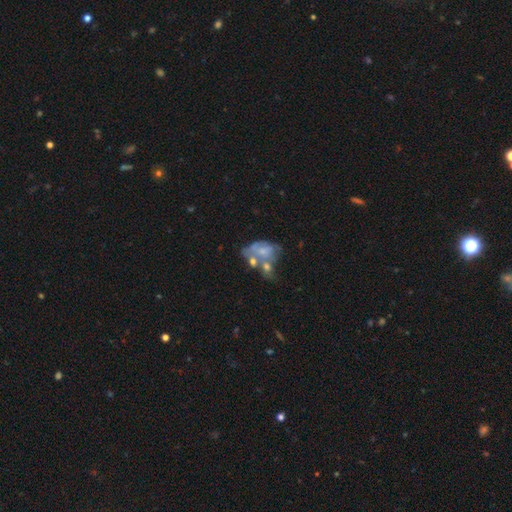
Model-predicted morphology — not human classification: Q: Smooth or featured?
A: featured or disk (53%); runner-up: smooth (36%)
Q: Edge-on disk?
A: no (97%); runner-up: yes (3%)
Q: Bar?
A: no (84%); runner-up: weak (13%)
Q: Spiral arms?
A: no (75%); runner-up: yes (25%)
Q: Bulge size?
A: none (37%); runner-up: small (29%)
Q: Merging?
A: merger (42%); runner-up: major disturbance (24%)